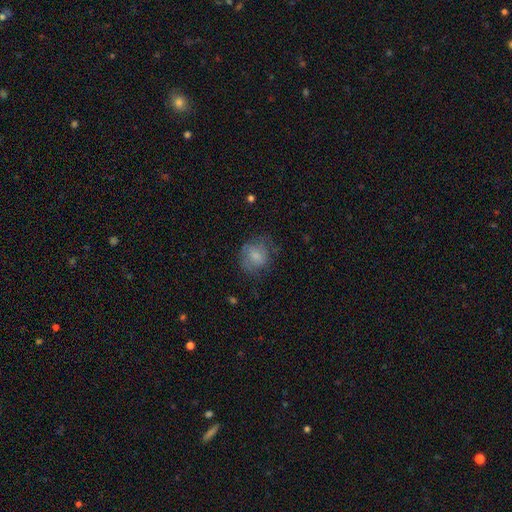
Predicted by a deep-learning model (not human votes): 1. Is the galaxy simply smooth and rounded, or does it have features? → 65% smooth, 26% featured or disk, 8% star or artifact.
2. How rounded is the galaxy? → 70% round, 29% in between, 1% cigar-shaped.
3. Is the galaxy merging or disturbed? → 56% none, 26% minor disturbance, 17% major disturbance, 1% merger.